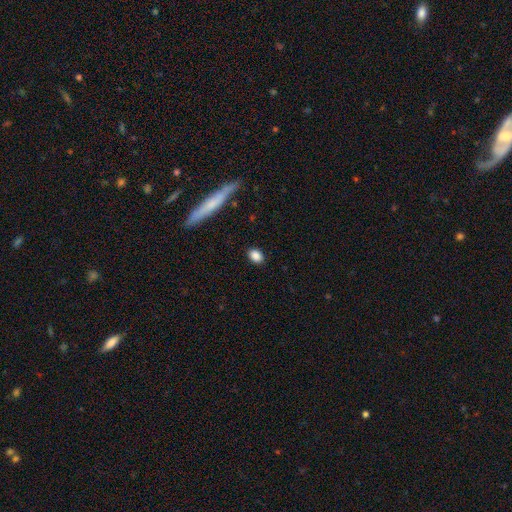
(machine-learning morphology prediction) The model was most divided on "how rounded": in between: 76%, round: 21%, cigar-shaped: 3%. More confident: merging — none (87%); smooth or featured — smooth (86%).